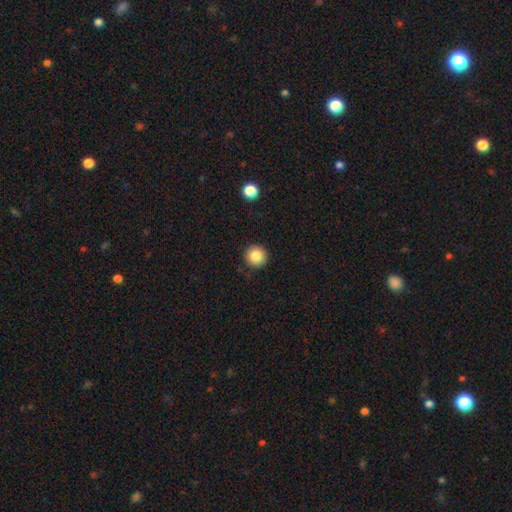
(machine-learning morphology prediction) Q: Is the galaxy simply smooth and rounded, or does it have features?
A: smooth — 85%.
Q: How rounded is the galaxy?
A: round — 95%.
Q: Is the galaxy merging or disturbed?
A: none — 91%.